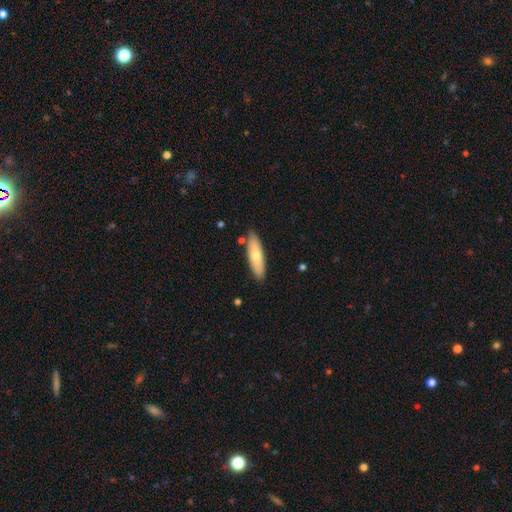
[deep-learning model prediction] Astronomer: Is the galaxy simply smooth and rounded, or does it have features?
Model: smooth — 65%.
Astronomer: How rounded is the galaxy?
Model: cigar-shaped — 51% (runner-up: in between, 47%).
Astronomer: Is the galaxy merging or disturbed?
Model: none — 85%.